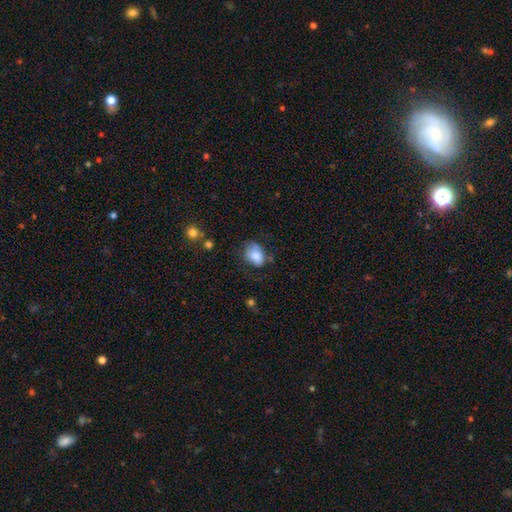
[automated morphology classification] Smooth or featured? smooth (78%)
How rounded? in between (68%)
Merging? none (51%)